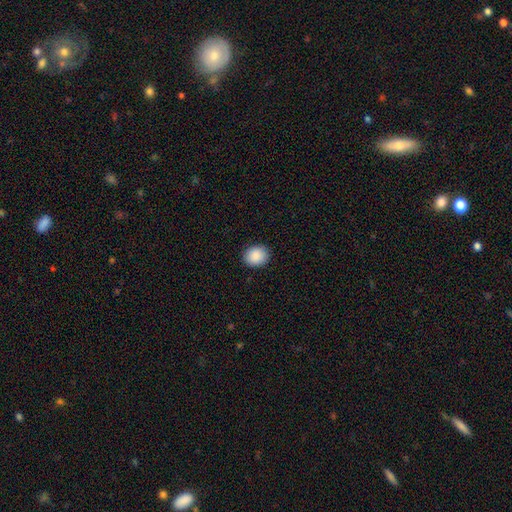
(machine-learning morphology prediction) Smooth or featured: smooth — 90% (star or artifact — 8%)
How rounded: round — 62% (in between — 37%)
Merging: none — 90% (minor disturbance — 7%)